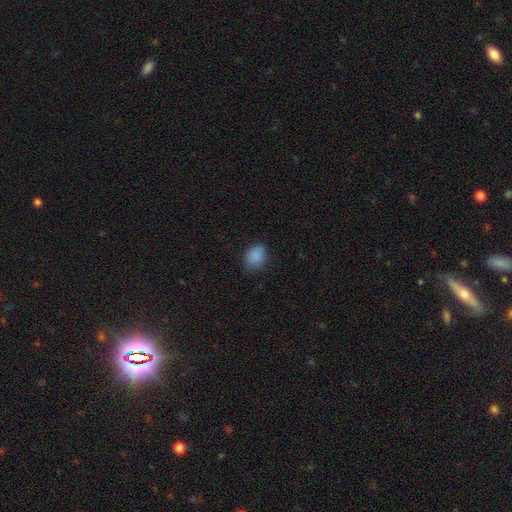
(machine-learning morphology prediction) smooth_or_featured: smooth (p=0.87) [alt: star or artifact p=0.09]
how_rounded: in between (p=0.64) [alt: round p=0.35]
merging: none (p=0.74) [alt: minor disturbance p=0.20]